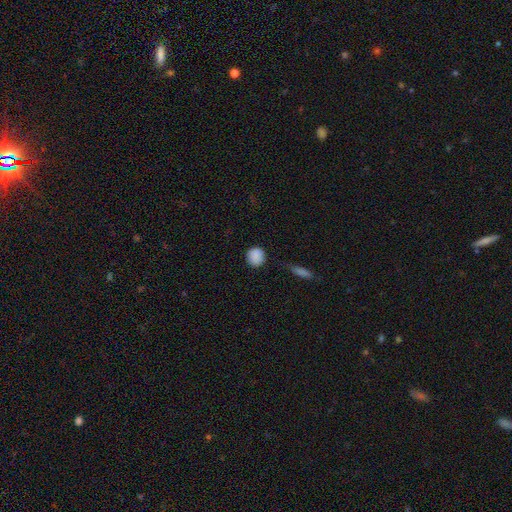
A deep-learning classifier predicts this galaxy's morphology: smooth_or_featured: smooth (p=0.88) [alt: star or artifact p=0.08]
how_rounded: round (p=0.87) [alt: in between p=0.12]
merging: none (p=0.84) [alt: minor disturbance p=0.11]